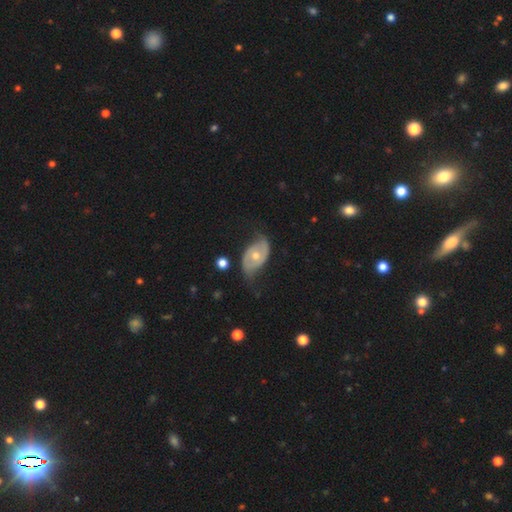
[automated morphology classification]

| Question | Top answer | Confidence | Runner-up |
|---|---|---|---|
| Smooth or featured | featured or disk | 64% | smooth (30%) |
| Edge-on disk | no | 93% | yes (7%) |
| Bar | no | 75% | weak (20%) |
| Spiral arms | yes | 64% | no (36%) |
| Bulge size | moderate | 69% | small (25%) |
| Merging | none | 50% | minor disturbance (31%) |